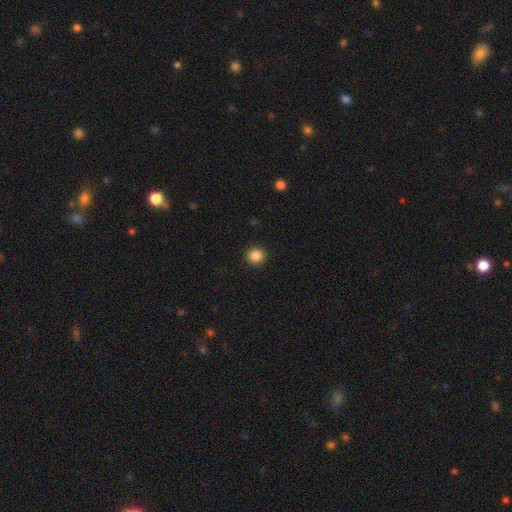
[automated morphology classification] A smooth galaxy with no disk features (87%) that is round (89%).

Vote fractions:
- Smooth or featured? smooth: 87% / star or artifact: 10% / featured or disk: 3%
- How rounded? round: 89% / in between: 10% / cigar-shaped: 1%
- Merging? none: 92% / minor disturbance: 5% / major disturbance: 2% / merger: 1%